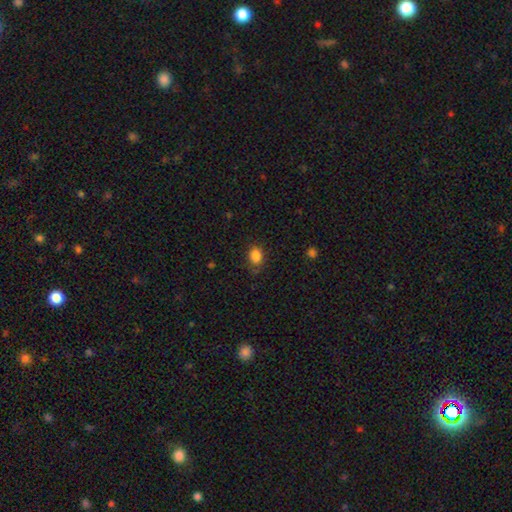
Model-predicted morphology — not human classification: smooth 86%, star or artifact 10%, featured or disk 4%. Down the decision tree: how rounded — in between (67%); merging — none (75%).